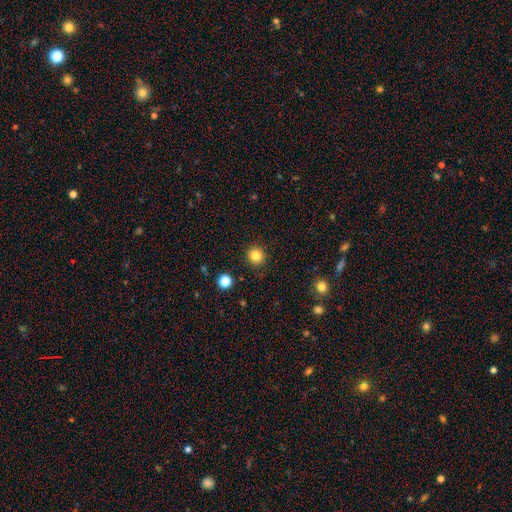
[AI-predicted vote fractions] Q: Smooth or featured?
A: smooth (83%); runner-up: star or artifact (12%)
Q: How rounded?
A: round (93%); runner-up: in between (6%)
Q: Merging?
A: none (91%); runner-up: minor disturbance (6%)